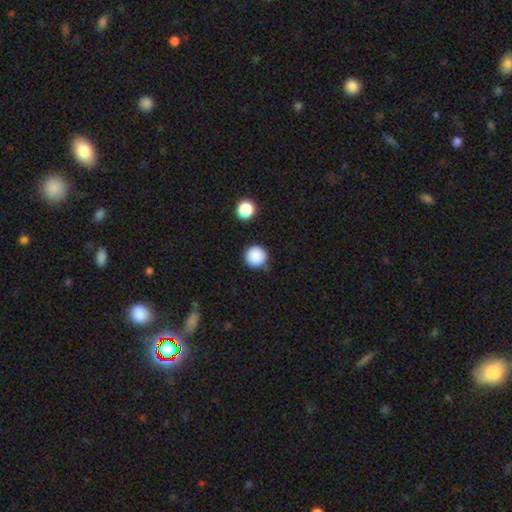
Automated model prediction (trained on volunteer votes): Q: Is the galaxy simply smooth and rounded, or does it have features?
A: smooth — 87%.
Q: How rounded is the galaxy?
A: round — 96%.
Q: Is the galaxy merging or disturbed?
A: none — 85%.